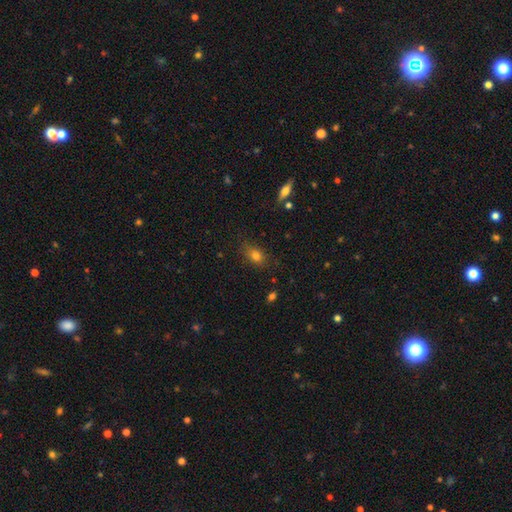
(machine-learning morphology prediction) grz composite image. It shows a smooth galaxy with no disk features (78%) that is in between round and cigar-shaped (76%). Merging: none (78%).